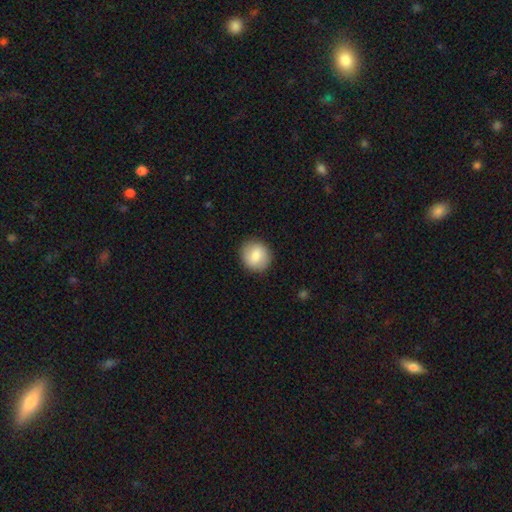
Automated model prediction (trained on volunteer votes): Morphology: type=smooth (84%); roundness=round (86%); merging=none (89%).